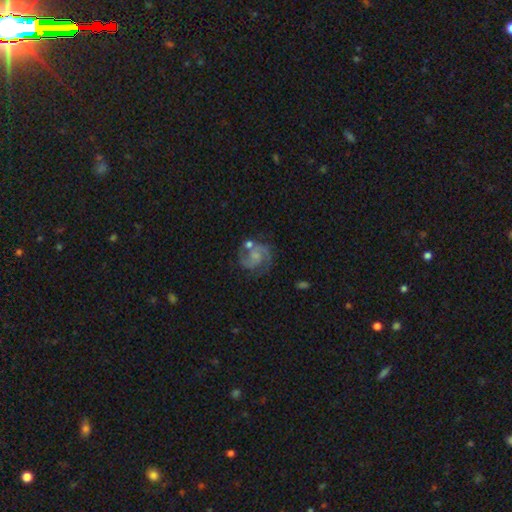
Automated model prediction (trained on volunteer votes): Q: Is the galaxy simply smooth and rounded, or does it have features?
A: featured or disk — 80%.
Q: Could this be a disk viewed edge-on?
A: no — 98%.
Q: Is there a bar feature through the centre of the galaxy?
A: no — 60%.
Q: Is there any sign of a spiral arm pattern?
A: yes — 95%.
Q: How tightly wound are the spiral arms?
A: medium — 53%.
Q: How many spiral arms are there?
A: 2 — 84%.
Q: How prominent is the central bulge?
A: small — 42%.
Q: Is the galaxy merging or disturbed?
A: none — 63%.